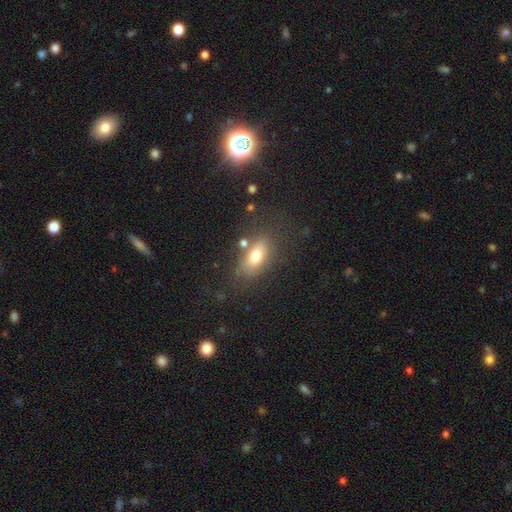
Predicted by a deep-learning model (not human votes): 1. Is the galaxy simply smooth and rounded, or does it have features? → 73% smooth, 17% featured or disk, 10% star or artifact.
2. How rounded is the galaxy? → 84% in between, 8% round, 8% cigar-shaped.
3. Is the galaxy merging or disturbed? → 69% none, 16% minor disturbance, 7% merger, 7% major disturbance.